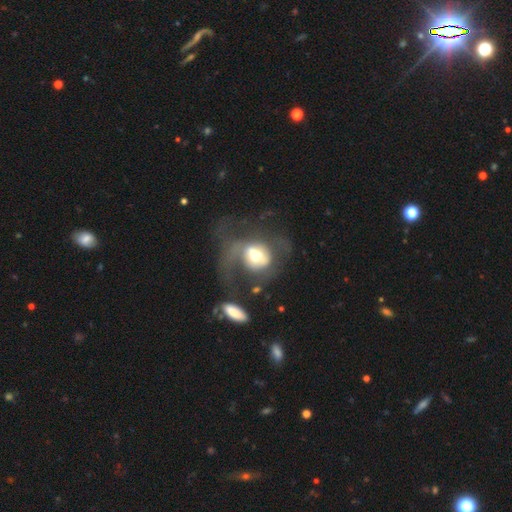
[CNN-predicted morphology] This is possibly a featured or disk galaxy (51%). It is clearly not viewed edge-on (95%). Merging: possibly major disturbance (50%).